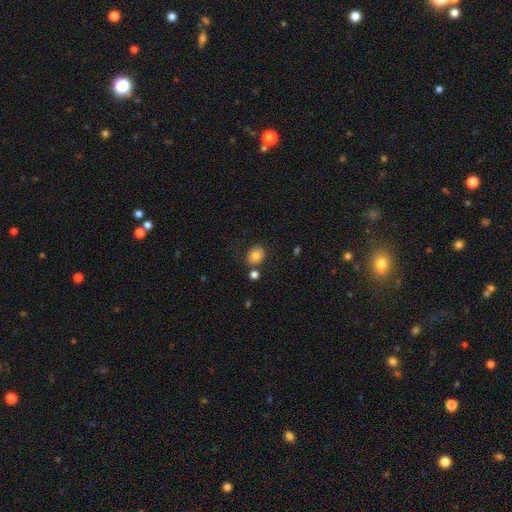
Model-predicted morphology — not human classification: Smooth or featured?
  - smooth: 79% *
  - featured or disk: 12%
  - star or artifact: 9%
How rounded?
  - round: 64% *
  - in between: 35%
  - cigar-shaped: 1%
Merging?
  - none: 74% *
  - minor disturbance: 13%
  - merger: 9%
  - major disturbance: 4%